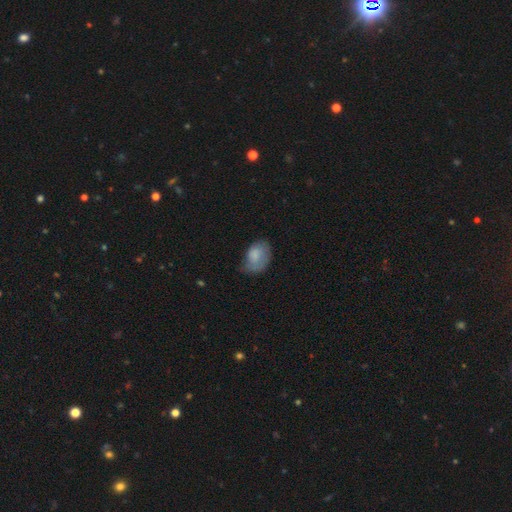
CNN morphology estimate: Q: Smooth or featured?
A: smooth (75%); runner-up: featured or disk (18%)
Q: How rounded?
A: in between (83%); runner-up: round (16%)
Q: Merging?
A: none (41%); runner-up: minor disturbance (38%)